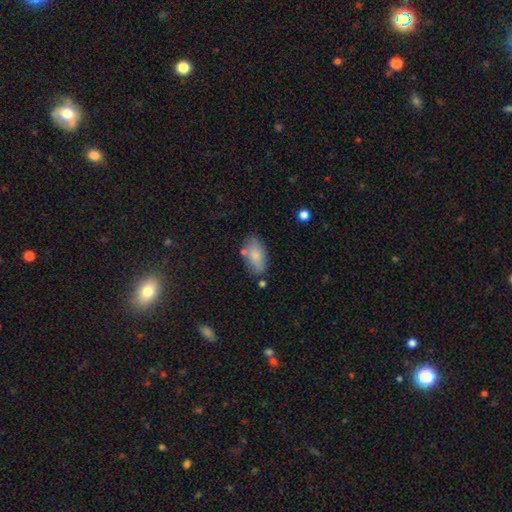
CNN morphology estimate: type=smooth (80%); roundness=in between (92%); merging=none (70%).